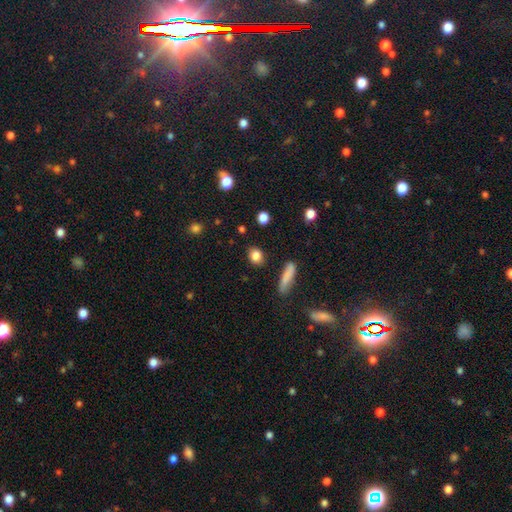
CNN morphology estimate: A smooth galaxy with no disk features (84%) that is round (57%).

Vote fractions:
- Smooth or featured? smooth: 84% / star or artifact: 10% / featured or disk: 6%
- How rounded? round: 57% / in between: 39% / cigar-shaped: 4%
- Merging? none: 87% / minor disturbance: 9% / major disturbance: 3% / merger: 2%